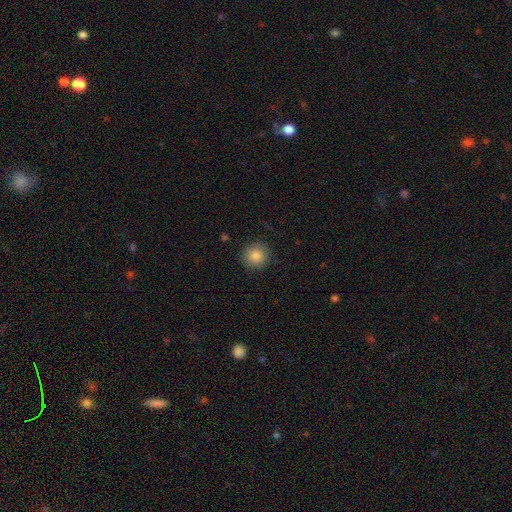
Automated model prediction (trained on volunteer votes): Morphology: type=smooth (85%); roundness=round (93%); merging=none (89%).